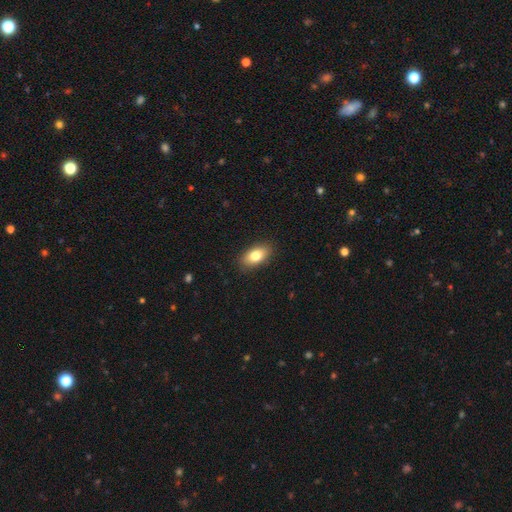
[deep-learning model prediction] Smooth or featured?
  - smooth: 80% *
  - featured or disk: 13%
  - star or artifact: 7%
How rounded?
  - in between: 90% *
  - round: 6%
  - cigar-shaped: 5%
Merging?
  - none: 88% *
  - minor disturbance: 9%
  - major disturbance: 2%
  - merger: 1%